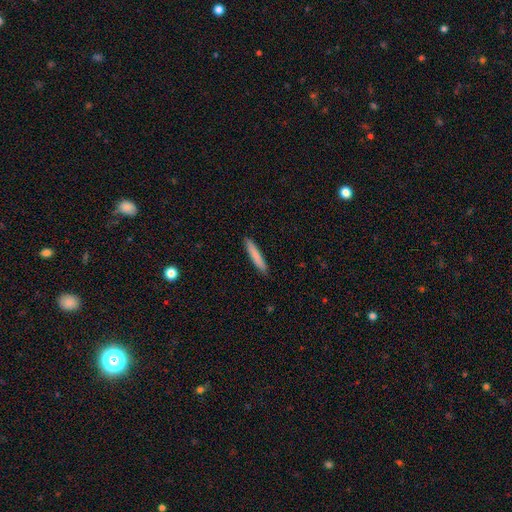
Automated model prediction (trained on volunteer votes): Morphology: type=smooth (81%); roundness=cigar-shaped (94%); merging=none (90%).